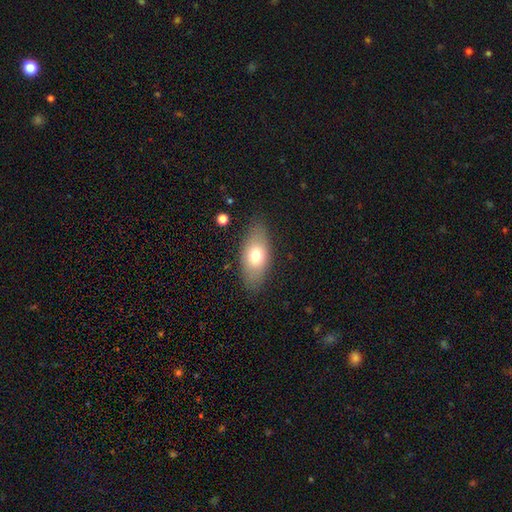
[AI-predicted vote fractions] A smooth galaxy with no disk features (70%) that is in between round and cigar-shaped (87%). Merging: none (83%).